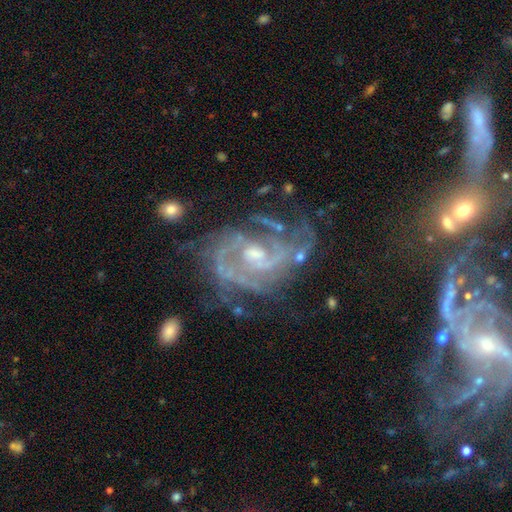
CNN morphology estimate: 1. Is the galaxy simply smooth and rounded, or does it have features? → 87% featured or disk, 8% star or artifact, 4% smooth.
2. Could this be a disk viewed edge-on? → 97% no, 3% yes.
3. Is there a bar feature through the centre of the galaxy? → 44% weak, 42% no, 14% strong.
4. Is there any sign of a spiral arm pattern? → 95% yes, 5% no.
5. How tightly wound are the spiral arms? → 45% tight, 43% medium, 11% loose.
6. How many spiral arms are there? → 43% 2, 21% can't tell, 19% 3, 7% 4, 6% 1, 5% more than 4.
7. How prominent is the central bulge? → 48% moderate, 44% small, 5% none, 3% large, 1% dominant.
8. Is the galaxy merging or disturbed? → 59% none, 20% minor disturbance, 16% major disturbance, 4% merger.